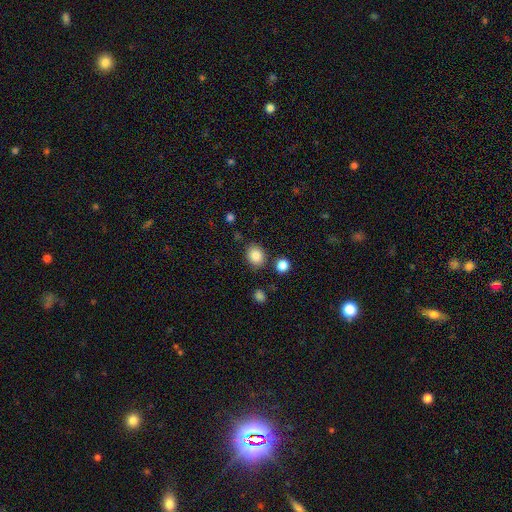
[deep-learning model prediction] This is clearly a smooth galaxy (85%). How rounded: possibly round (57%). Merging: clearly none (81%).